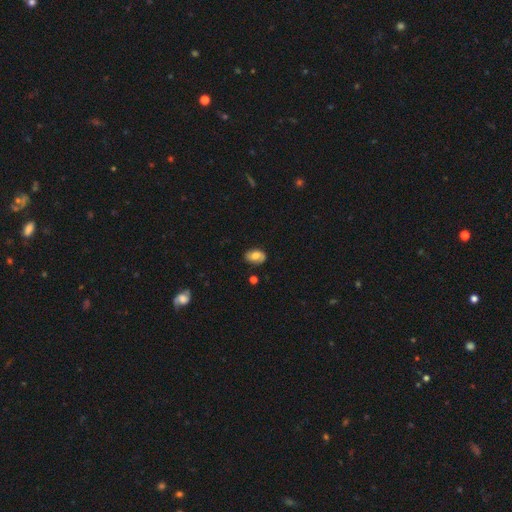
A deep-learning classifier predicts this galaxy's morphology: This is possibly a smooth galaxy (56%). How rounded: clearly in between (84%). Merging: likely none (75%).